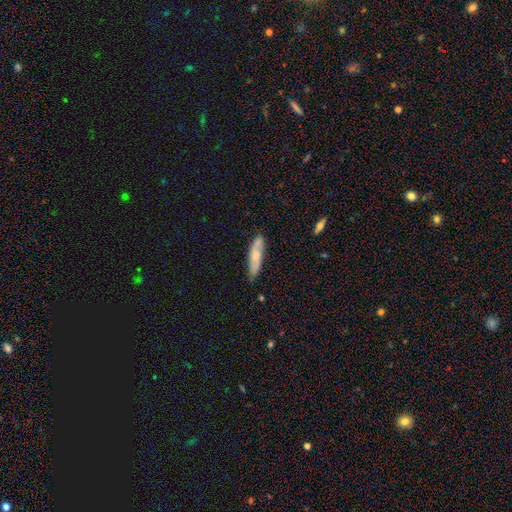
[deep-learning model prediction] Q: Smooth or featured?
A: smooth (48%); runner-up: featured or disk (46%)
Q: Merging?
A: none (75%); runner-up: minor disturbance (20%)